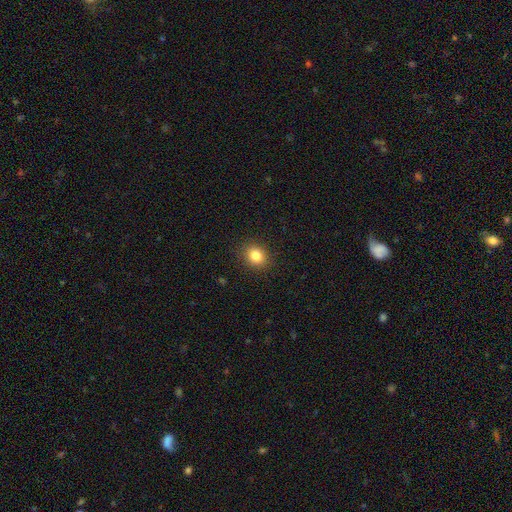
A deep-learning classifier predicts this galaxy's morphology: smooth_or_featured: smooth (p=0.84) [alt: star or artifact p=0.11]
how_rounded: round (p=0.62) [alt: in between p=0.37]
merging: none (p=0.90) [alt: minor disturbance p=0.07]